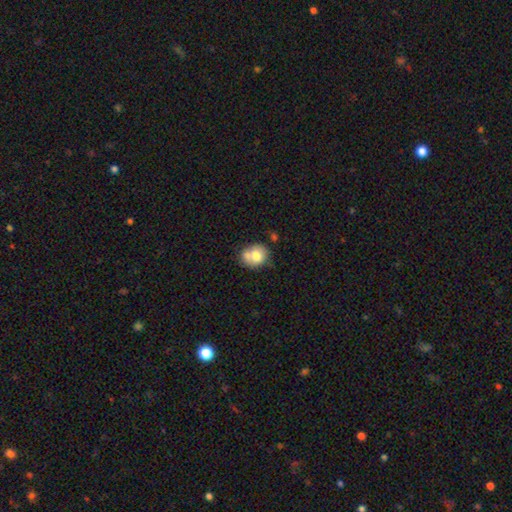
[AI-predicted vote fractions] This is likely a smooth galaxy (72%). How rounded: likely round (65%). Merging: marginally none (43%).